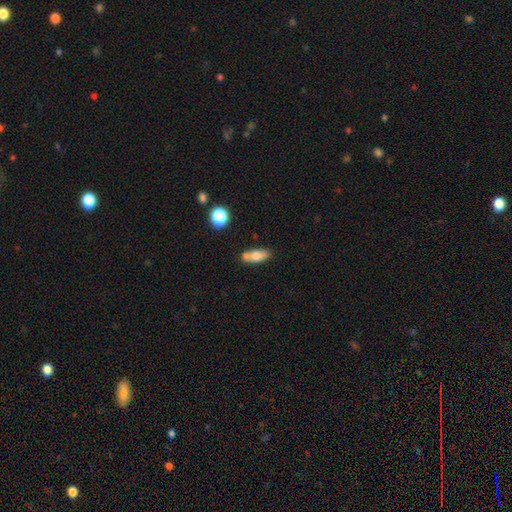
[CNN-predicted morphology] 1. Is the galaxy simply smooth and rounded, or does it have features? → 75% smooth, 17% featured or disk, 8% star or artifact.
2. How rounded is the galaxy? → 69% in between, 27% cigar-shaped, 4% round.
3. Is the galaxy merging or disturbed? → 60% none, 18% merger, 18% minor disturbance, 5% major disturbance.